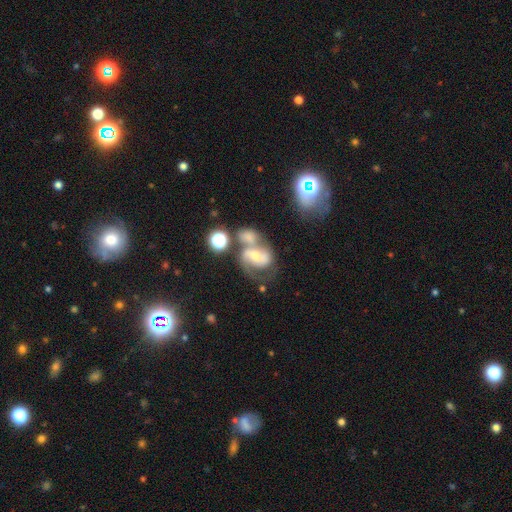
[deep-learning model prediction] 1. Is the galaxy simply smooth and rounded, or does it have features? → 67% featured or disk, 22% smooth, 11% star or artifact.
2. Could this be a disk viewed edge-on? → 97% no, 3% yes.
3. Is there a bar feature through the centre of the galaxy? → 38% no, 37% weak, 25% strong.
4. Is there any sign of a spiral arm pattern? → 84% yes, 16% no.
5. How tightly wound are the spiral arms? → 50% medium, 30% loose, 21% tight.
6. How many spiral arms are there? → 74% 2, 11% can't tell, 10% 1, 3% 3, 1% 4, 1% more than 4.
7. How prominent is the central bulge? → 51% moderate, 38% small, 6% large, 3% none, 2% dominant.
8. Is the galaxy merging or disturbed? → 47% merger, 25% none, 15% major disturbance, 13% minor disturbance.